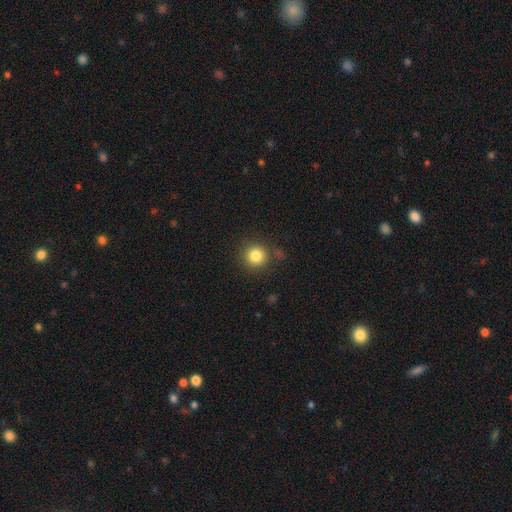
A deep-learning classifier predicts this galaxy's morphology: Smooth or featured?
  - smooth: 83% *
  - star or artifact: 11%
  - featured or disk: 6%
How rounded?
  - round: 93% *
  - in between: 6%
  - cigar-shaped: 1%
Merging?
  - none: 81% *
  - minor disturbance: 11%
  - major disturbance: 4%
  - merger: 4%